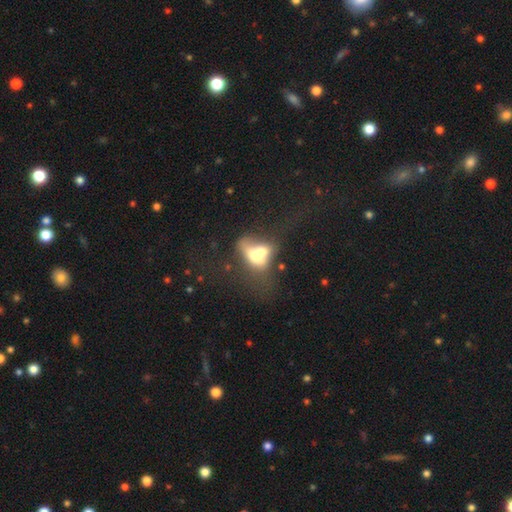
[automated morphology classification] This is possibly a smooth galaxy (54%). How rounded: likely in between (69%). Merging: likely merger (69%).